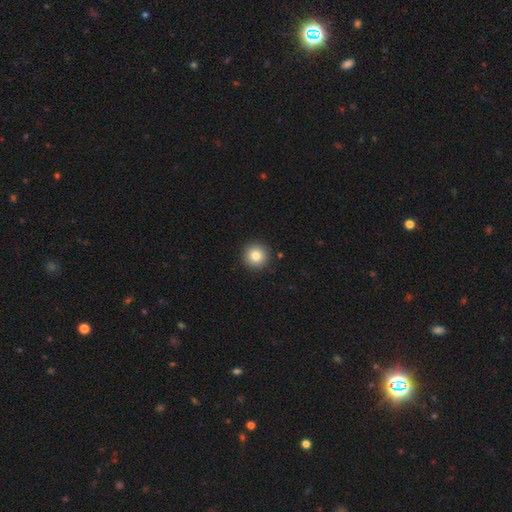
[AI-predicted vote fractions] A smooth galaxy with no disk features (83%) that is round (96%).

Vote fractions:
- Smooth or featured? smooth: 83% / star or artifact: 10% / featured or disk: 8%
- How rounded? round: 96% / in between: 3% / cigar-shaped: 1%
- Merging? none: 92% / minor disturbance: 5% / major disturbance: 2% / merger: 1%